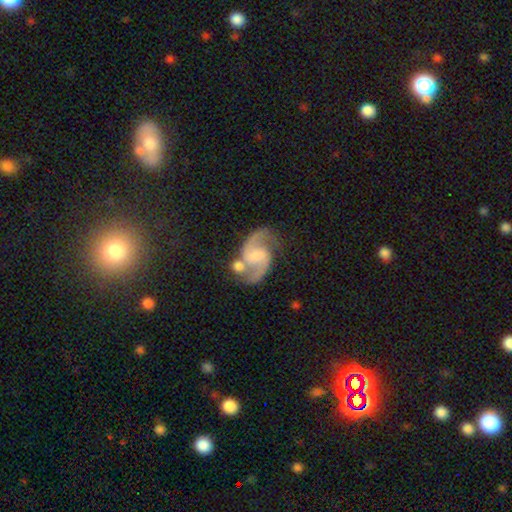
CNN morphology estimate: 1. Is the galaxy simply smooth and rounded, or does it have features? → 90% featured or disk, 5% smooth, 5% star or artifact.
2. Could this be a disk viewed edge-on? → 98% no, 2% yes.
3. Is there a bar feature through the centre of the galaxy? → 48% weak, 40% no, 12% strong.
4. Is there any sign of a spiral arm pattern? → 98% yes, 2% no.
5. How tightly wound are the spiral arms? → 53% medium, 38% loose, 9% tight.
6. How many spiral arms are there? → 94% 2, 2% can't tell, 1% 1, 1% 3, 1% 4, 1% more than 4.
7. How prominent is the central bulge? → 39% small, 30% moderate, 23% none, 6% large, 2% dominant.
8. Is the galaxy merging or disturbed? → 58% none, 20% merger, 15% minor disturbance, 7% major disturbance.